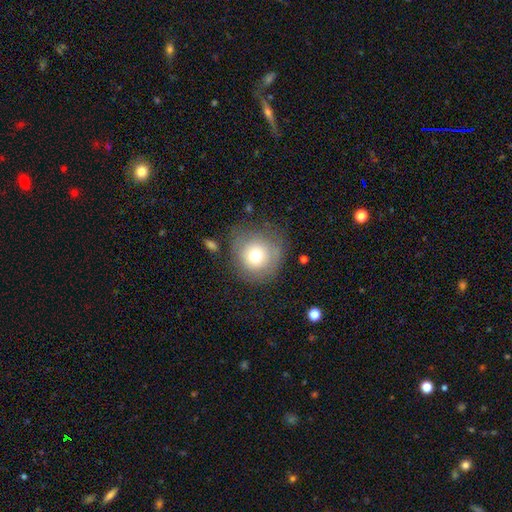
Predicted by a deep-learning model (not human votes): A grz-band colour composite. It shows a smooth galaxy with no disk features (70%) that is round (91%). Merging: none (73%).